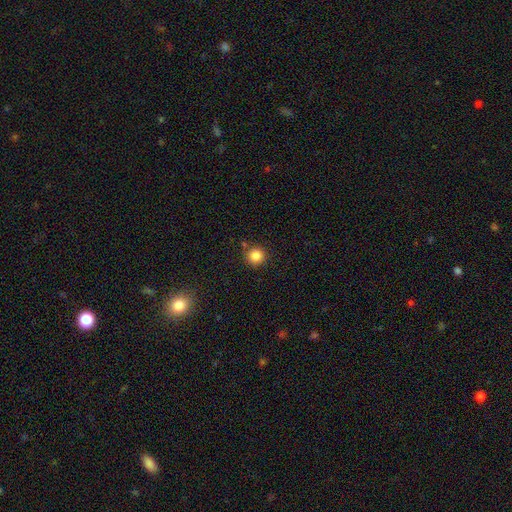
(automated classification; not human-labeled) Smooth or featured: smooth — 85% (star or artifact — 11%)
How rounded: round — 95% (in between — 4%)
Merging: none — 86% (minor disturbance — 7%)